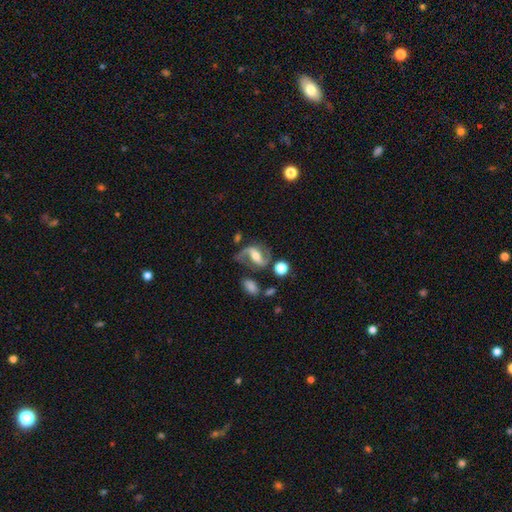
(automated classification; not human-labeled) Smooth or featured? featured or disk (84%)
Edge-on disk? no (96%)
Bar? strong (49%)
Spiral arms? yes (95%)
Spiral winding? medium (46%)
Spiral arm count? 2 (90%)
Bulge size? moderate (59%)
Merging? none (67%)